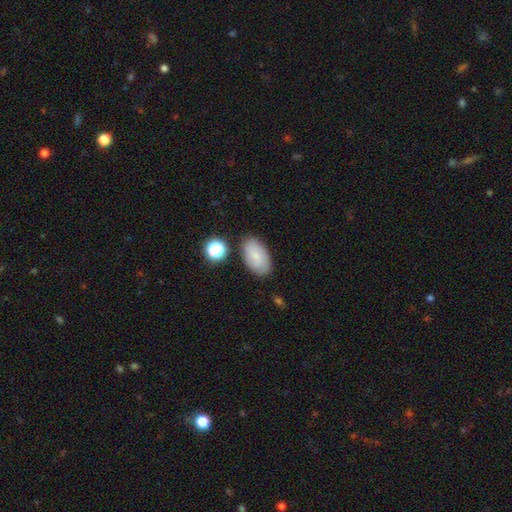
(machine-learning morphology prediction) smooth 64%, featured or disk 25%, star or artifact 10%. Down the decision tree: how rounded — in between (92%); merging — none (77%).